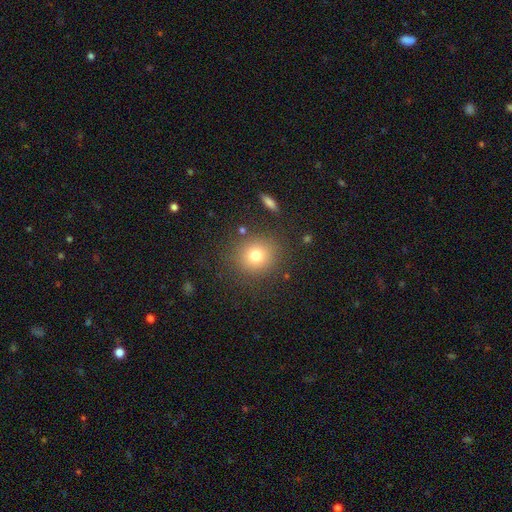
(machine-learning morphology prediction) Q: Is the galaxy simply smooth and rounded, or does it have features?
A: smooth — 76%.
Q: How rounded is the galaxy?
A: round — 89%.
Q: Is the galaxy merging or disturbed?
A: none — 85%.